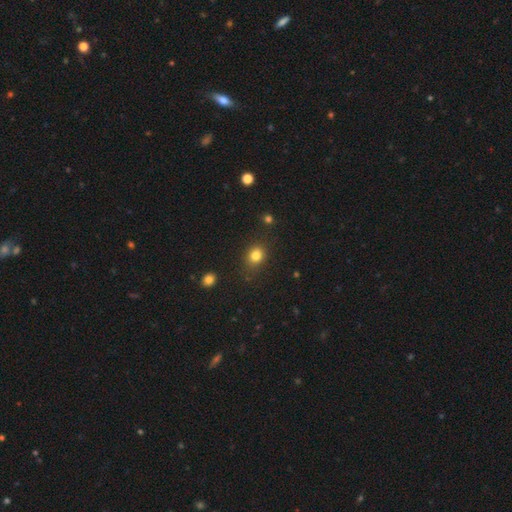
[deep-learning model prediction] A smooth galaxy with no disk features (81%) that is round (60%). Merging: none (81%).